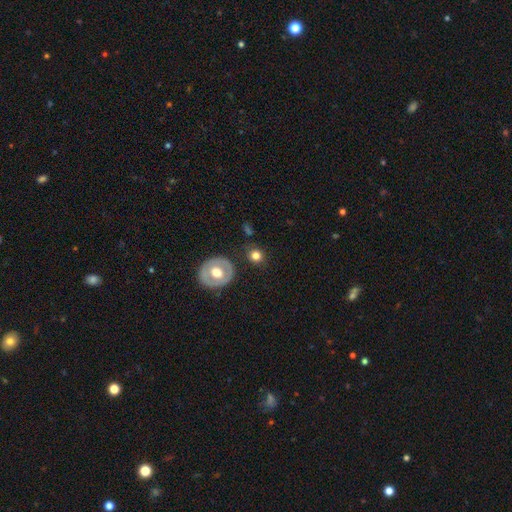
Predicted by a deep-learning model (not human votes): This appears to be a smooth galaxy with no disk features (71%) that is round (83%). Merging: none (82%).